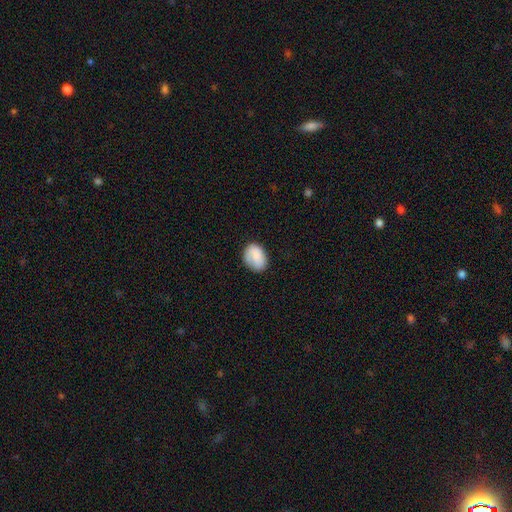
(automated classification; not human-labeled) Overall: smooth (84%). How rounded: in between (70%). Merging: none (73%).